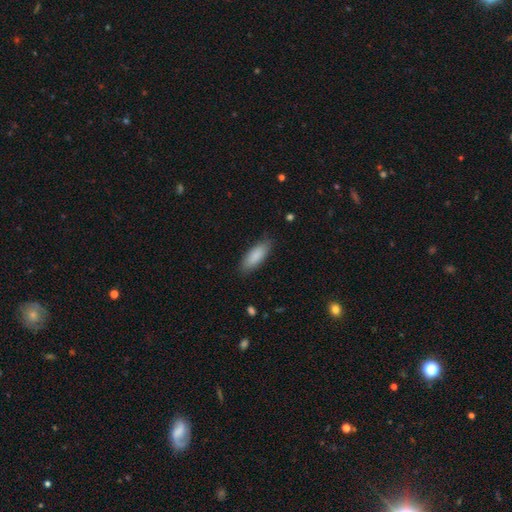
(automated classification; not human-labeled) Overall: smooth (88%). How rounded: in between (70%). Merging: none (85%).